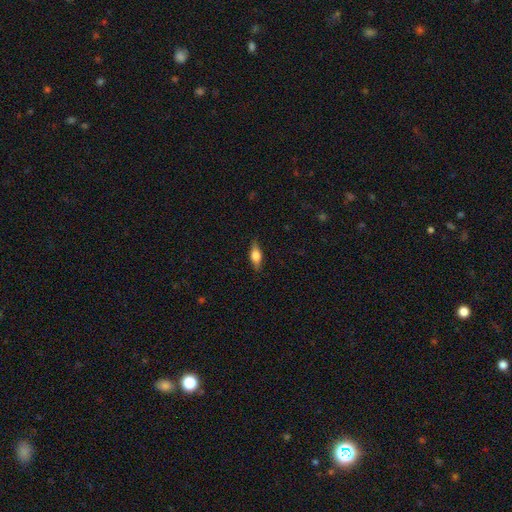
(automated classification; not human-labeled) smooth-or-featured: smooth: 58% | featured or disk: 34% | star or artifact: 7%
  how-rounded: in between: 69% | cigar-shaped: 26% | round: 5%
  merging: none: 84% | minor disturbance: 13% | major disturbance: 3% | merger: 1%